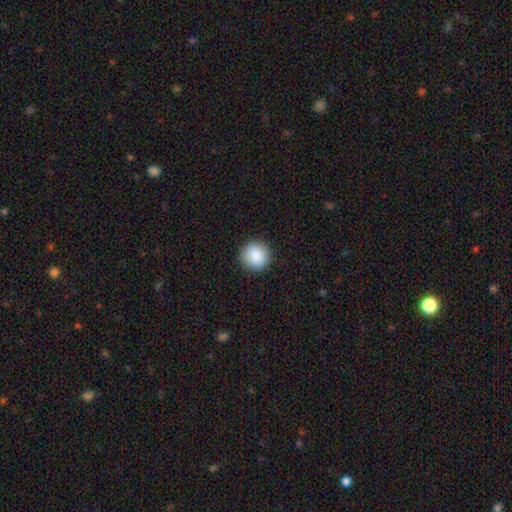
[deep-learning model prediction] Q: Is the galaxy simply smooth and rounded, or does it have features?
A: smooth — 89%.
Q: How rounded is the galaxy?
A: round — 94%.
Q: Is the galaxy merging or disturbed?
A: none — 92%.